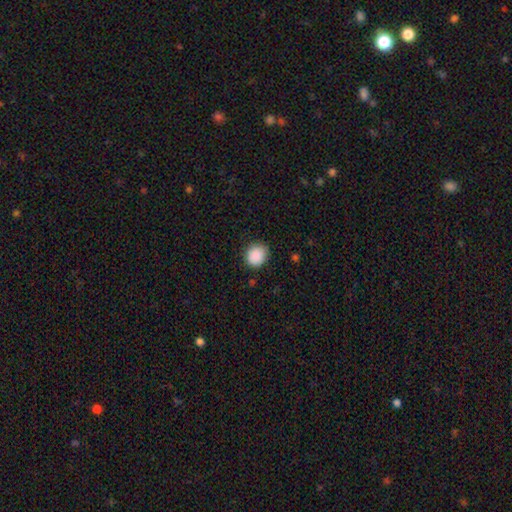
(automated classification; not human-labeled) smooth-or-featured: smooth: 89% | star or artifact: 8% | featured or disk: 3%
  how-rounded: round: 81% | in between: 18% | cigar-shaped: 1%
  merging: none: 86% | minor disturbance: 10% | major disturbance: 2% | merger: 1%